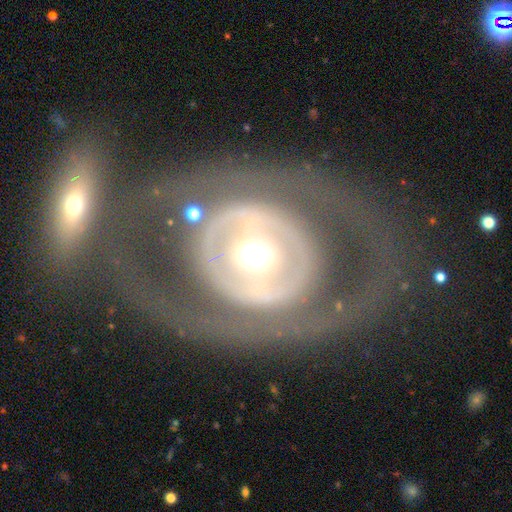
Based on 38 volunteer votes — A featured or disk galaxy (74%) with no bar (44%), no spiral arms (93%) and a moderate central bulge (70%). Merging: none (43%).